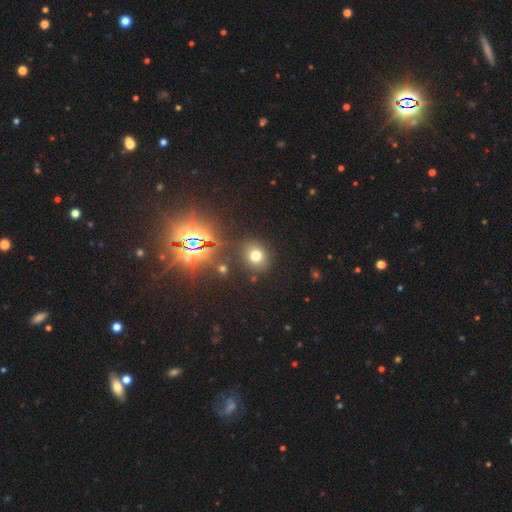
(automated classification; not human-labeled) Smooth or featured?
  - smooth: 66% *
  - star or artifact: 25%
  - featured or disk: 9%
How rounded?
  - round: 72% *
  - in between: 27%
  - cigar-shaped: 1%
Merging?
  - none: 83% *
  - minor disturbance: 9%
  - merger: 4%
  - major disturbance: 4%